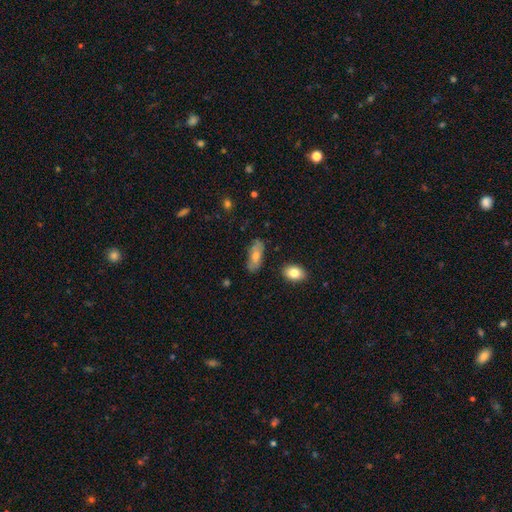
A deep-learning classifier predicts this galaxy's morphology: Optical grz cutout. It shows a smooth galaxy with no disk features (66%) that is in between round and cigar-shaped (81%). Merging: none (74%).